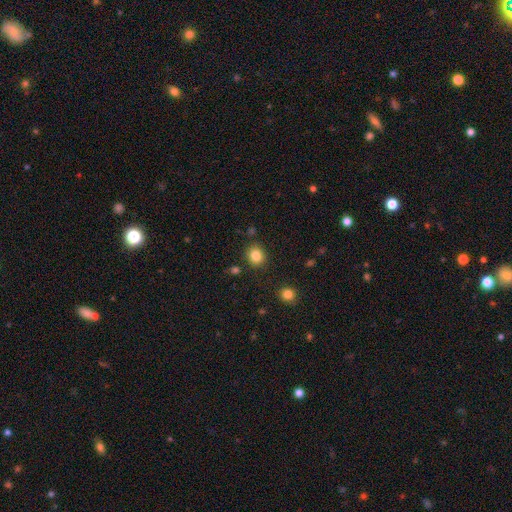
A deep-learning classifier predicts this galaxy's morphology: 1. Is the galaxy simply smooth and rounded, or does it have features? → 84% smooth, 11% star or artifact, 5% featured or disk.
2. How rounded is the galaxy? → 78% round, 21% in between, 1% cigar-shaped.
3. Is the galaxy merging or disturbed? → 86% none, 8% minor disturbance, 3% merger, 3% major disturbance.